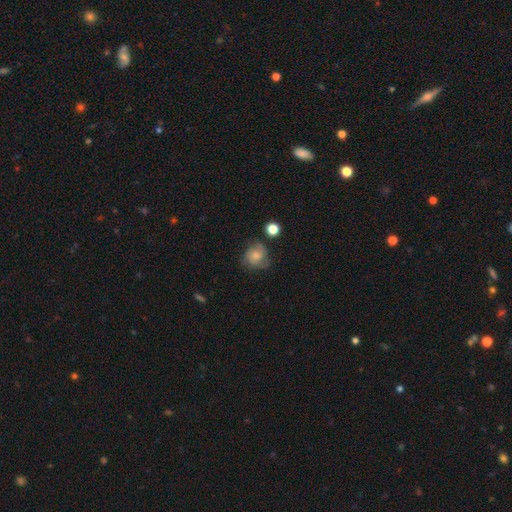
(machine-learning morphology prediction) Smooth or featured? smooth (51%)
How rounded? round (77%)
Merging? none (64%)